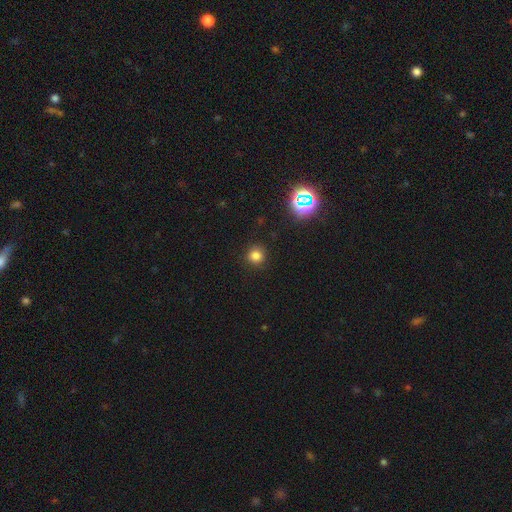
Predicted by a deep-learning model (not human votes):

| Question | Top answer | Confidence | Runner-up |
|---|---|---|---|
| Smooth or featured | smooth | 78% | star or artifact (17%) |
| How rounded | round | 91% | in between (8%) |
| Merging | none | 89% | minor disturbance (8%) |